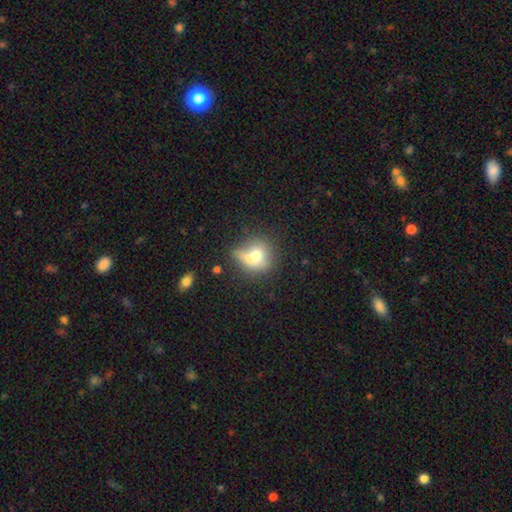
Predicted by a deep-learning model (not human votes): Smooth or featured: smooth — 67% (featured or disk — 21%)
How rounded: round — 71% (in between — 26%)
Merging: none — 39% (merger — 25%)